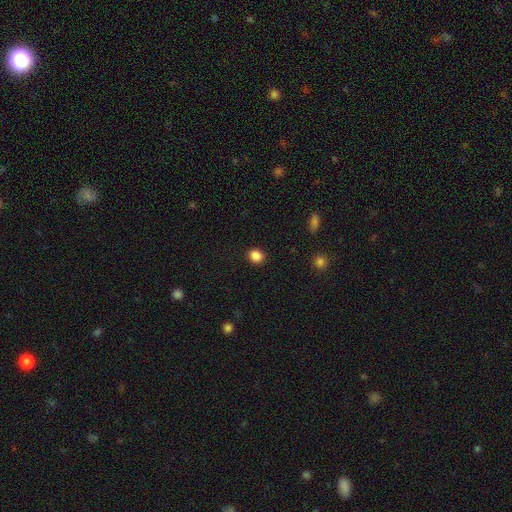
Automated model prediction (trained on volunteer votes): smooth_or_featured: smooth (p=0.87) [alt: star or artifact p=0.10]
how_rounded: round (p=0.73) [alt: in between p=0.26]
merging: none (p=0.90) [alt: minor disturbance p=0.07]